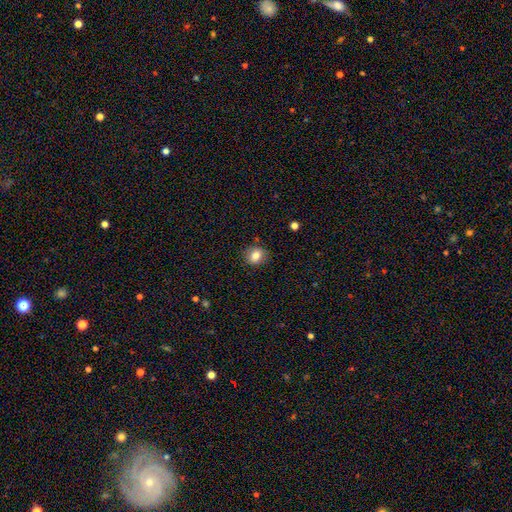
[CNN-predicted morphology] Q: Smooth or featured?
A: smooth (81%); runner-up: star or artifact (10%)
Q: How rounded?
A: round (71%); runner-up: in between (28%)
Q: Merging?
A: none (86%); runner-up: minor disturbance (10%)